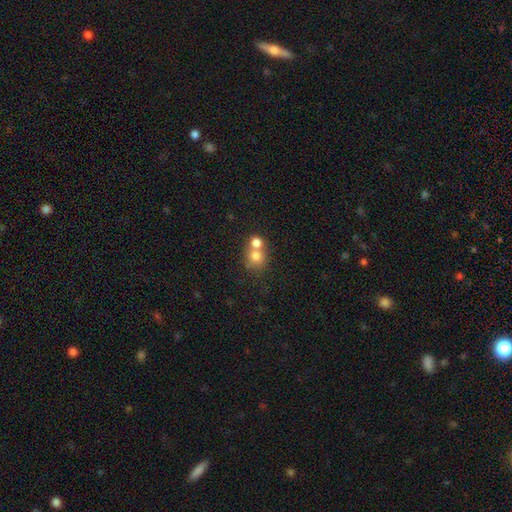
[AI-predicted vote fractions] smooth 75%, featured or disk 14%, star or artifact 11%. Down the decision tree: how rounded — round (82%); merging — merger (54%).